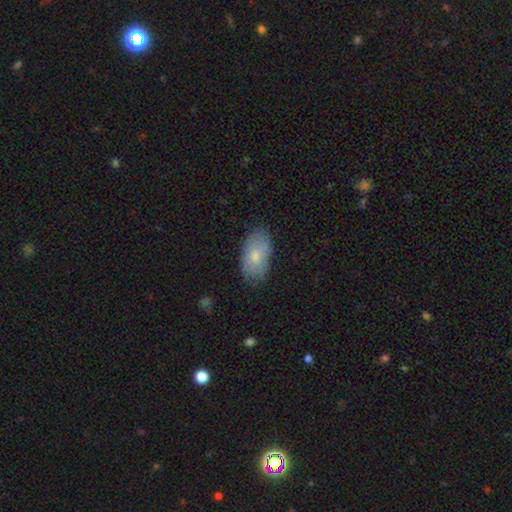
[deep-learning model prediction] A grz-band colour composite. It shows a smooth galaxy with no disk features (76%) that is in between round and cigar-shaped (93%). Merging: none (76%).